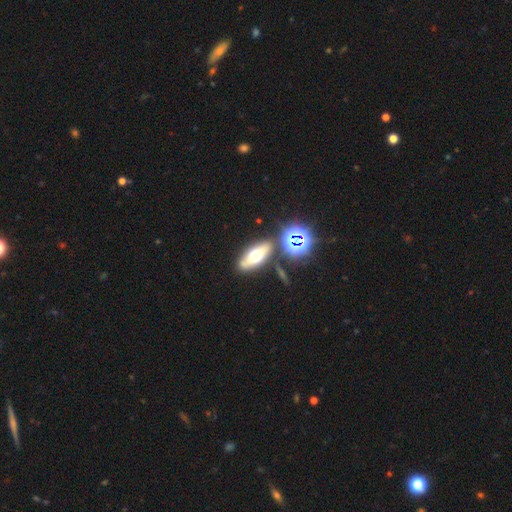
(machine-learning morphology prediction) Smooth or featured? smooth (47%)
Merging? none (77%)